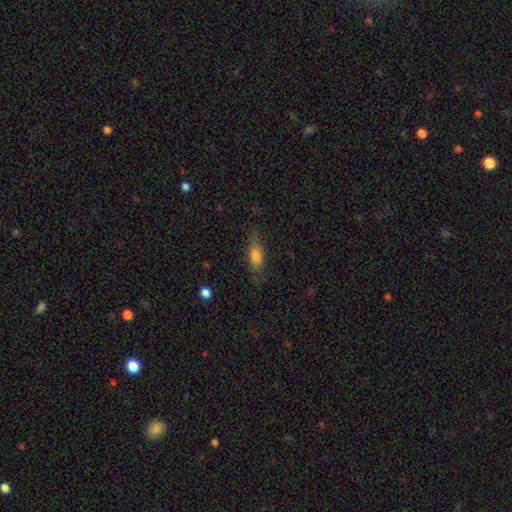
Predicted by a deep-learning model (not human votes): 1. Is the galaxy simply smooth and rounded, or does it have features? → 71% smooth, 21% featured or disk, 8% star or artifact.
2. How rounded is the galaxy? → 70% in between, 26% cigar-shaped, 4% round.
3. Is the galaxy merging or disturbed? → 70% none, 21% minor disturbance, 8% major disturbance, 1% merger.